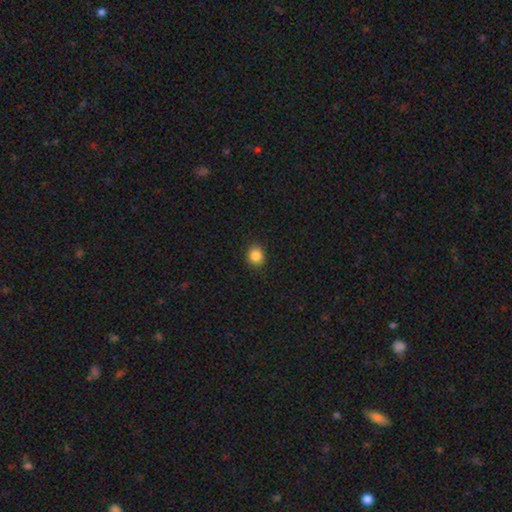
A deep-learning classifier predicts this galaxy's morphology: Smooth or featured? smooth (86%)
How rounded? round (86%)
Merging? none (91%)